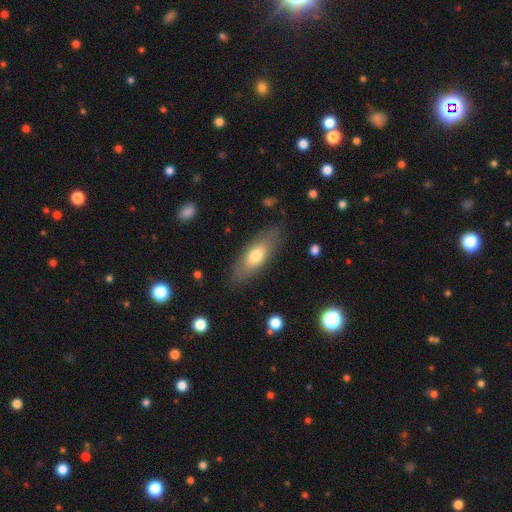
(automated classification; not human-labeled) Morphology: type=smooth (65%); roundness=in between (74%); merging=none (81%).